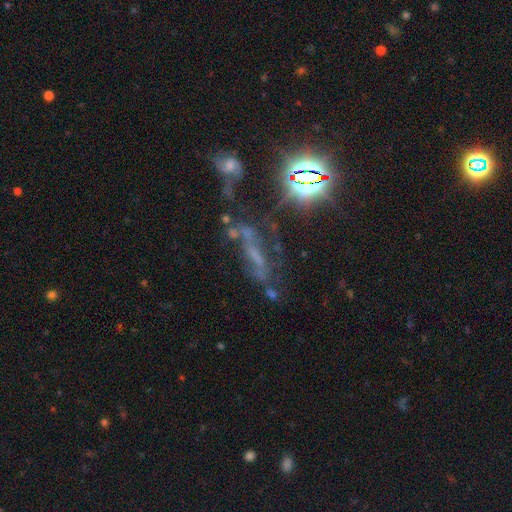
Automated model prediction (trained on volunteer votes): A star or artifact, not a galaxy (44%).

Vote fractions:
- Smooth or featured? star or artifact: 44% / featured or disk: 38% / smooth: 18%